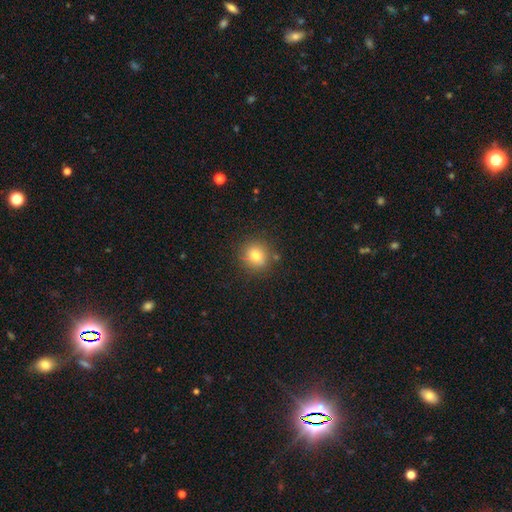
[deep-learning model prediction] Q: Smooth or featured?
A: smooth (78%); runner-up: star or artifact (13%)
Q: How rounded?
A: round (85%); runner-up: in between (14%)
Q: Merging?
A: none (84%); runner-up: minor disturbance (10%)